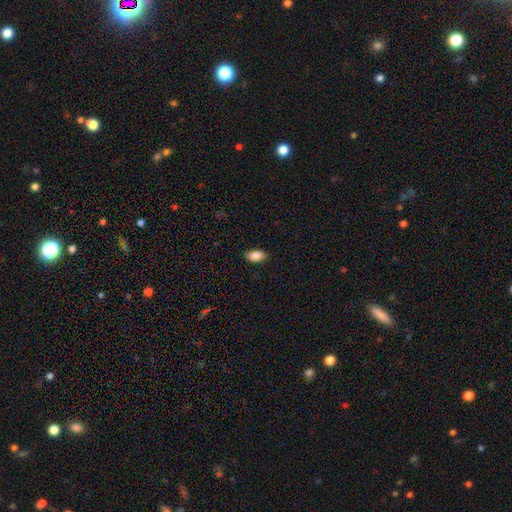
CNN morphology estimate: smooth 88%, star or artifact 7%, featured or disk 5%. Down the decision tree: how rounded — in between (93%); merging — none (88%).